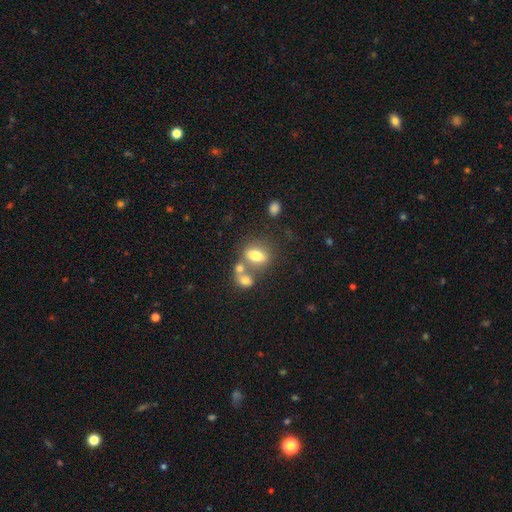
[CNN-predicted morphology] type=smooth (71%); roundness=in between (77%); merging=none (44%).